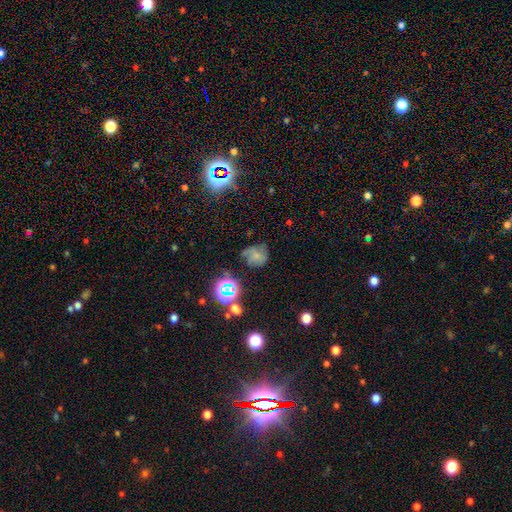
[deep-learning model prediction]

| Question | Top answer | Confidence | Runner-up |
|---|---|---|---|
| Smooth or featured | smooth | 48% | featured or disk (29%) |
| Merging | none | 45% | minor disturbance (29%) |